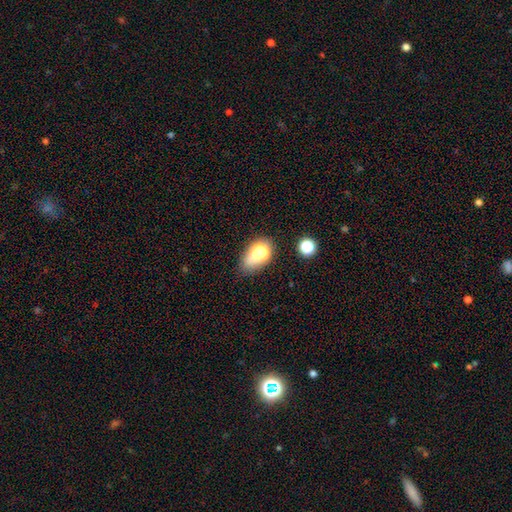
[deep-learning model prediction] Smooth or featured? Predicted: smooth (p=0.69). How rounded? Predicted: in between (p=0.78). Merging? Predicted: none (p=0.55).